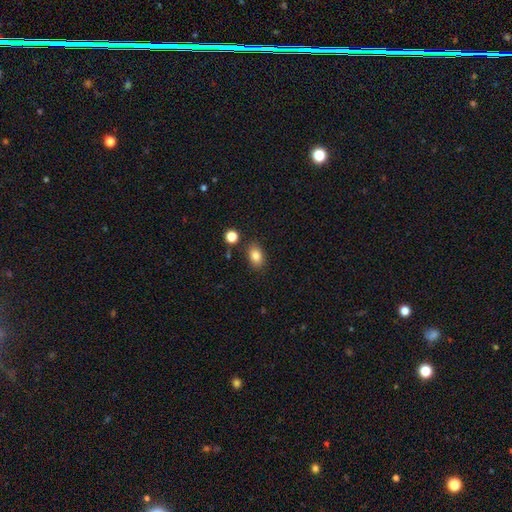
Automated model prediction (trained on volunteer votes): A smooth galaxy with no disk features (84%) that is in between round and cigar-shaped (76%).

Vote fractions:
- Smooth or featured? smooth: 84% / star or artifact: 10% / featured or disk: 6%
- How rounded? in between: 76% / round: 22% / cigar-shaped: 1%
- Merging? none: 82% / minor disturbance: 11% / merger: 4% / major disturbance: 3%